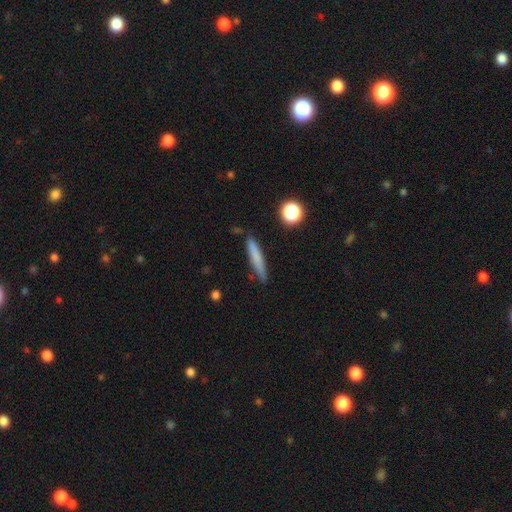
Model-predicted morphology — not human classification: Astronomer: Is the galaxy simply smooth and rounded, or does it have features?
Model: smooth — 72%.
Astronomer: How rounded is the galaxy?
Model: cigar-shaped — 92%.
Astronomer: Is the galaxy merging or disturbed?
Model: none — 83%.